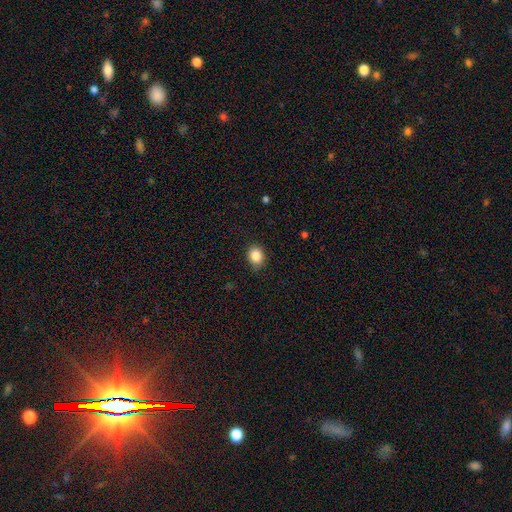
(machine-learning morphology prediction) Smooth or featured? Predicted: smooth (p=0.86). How rounded? Predicted: round (p=0.59). Merging? Predicted: none (p=0.82).